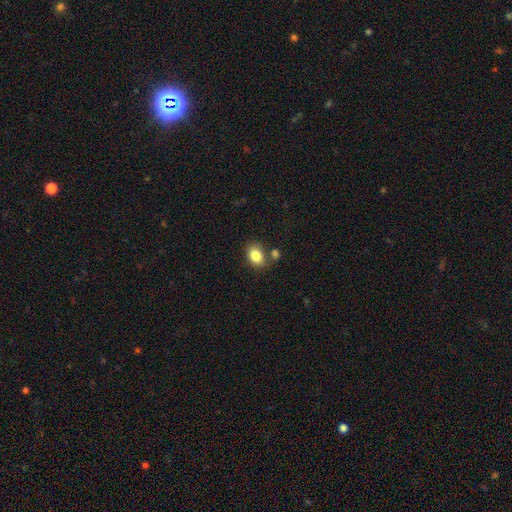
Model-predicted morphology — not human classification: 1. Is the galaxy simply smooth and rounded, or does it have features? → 84% smooth, 9% star or artifact, 7% featured or disk.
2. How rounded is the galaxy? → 64% in between, 35% round, 1% cigar-shaped.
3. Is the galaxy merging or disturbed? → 68% none, 14% merger, 14% minor disturbance, 4% major disturbance.